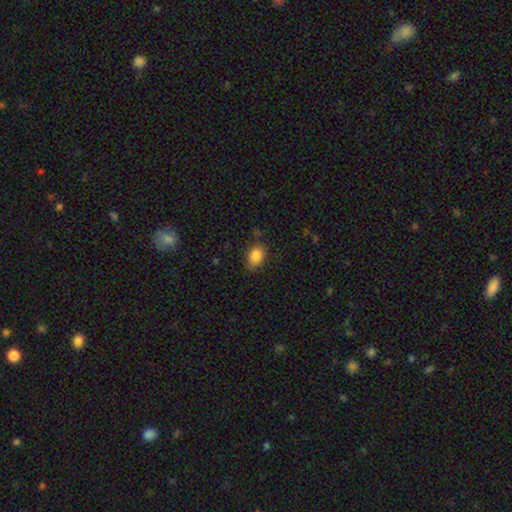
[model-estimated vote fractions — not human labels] A smooth galaxy with no disk features (86%) that is in between round and cigar-shaped (80%).

Vote fractions:
- Smooth or featured? smooth: 86% / star or artifact: 9% / featured or disk: 5%
- How rounded? in between: 80% / round: 19% / cigar-shaped: 1%
- Merging? none: 74% / minor disturbance: 20% / major disturbance: 4% / merger: 2%